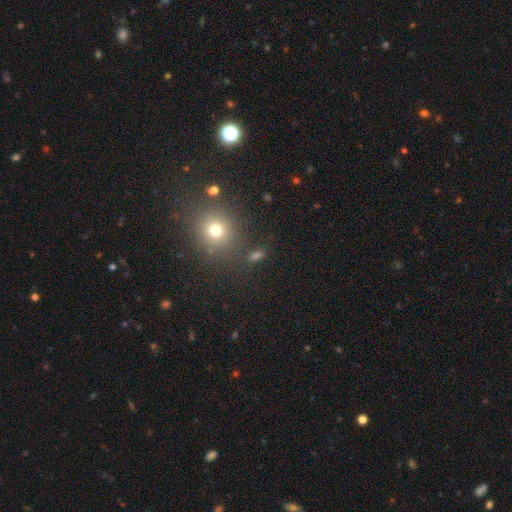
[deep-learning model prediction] This appears to be a smooth galaxy with no disk features (60%) that is round (52%). Merging: none (78%).